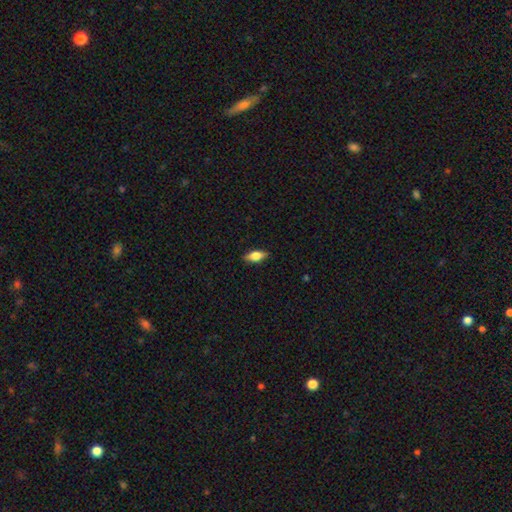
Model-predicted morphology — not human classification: Smooth or featured? smooth (65%)
How rounded? in between (80%)
Merging? none (87%)